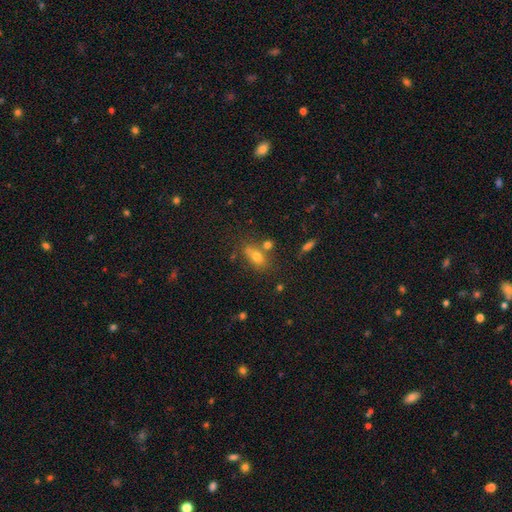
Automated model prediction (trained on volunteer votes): This appears to be a smooth galaxy with no disk features (64%) that is in between round and cigar-shaped (70%). Merging: none (60%).